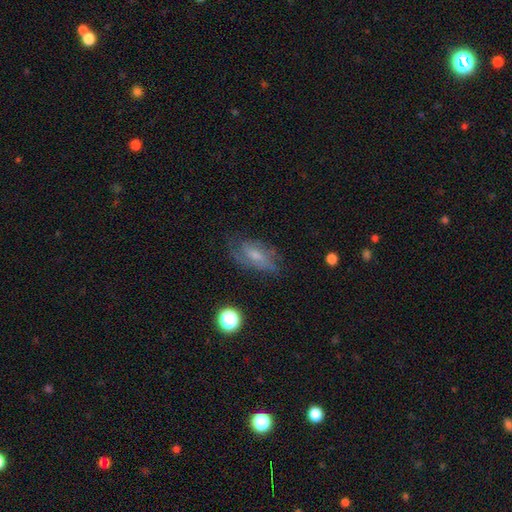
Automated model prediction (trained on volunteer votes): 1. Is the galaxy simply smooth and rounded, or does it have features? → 60% featured or disk, 29% smooth, 11% star or artifact.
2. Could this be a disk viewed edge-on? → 91% no, 9% yes.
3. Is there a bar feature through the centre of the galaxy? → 50% no, 41% weak, 9% strong.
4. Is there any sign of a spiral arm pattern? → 83% yes, 17% no.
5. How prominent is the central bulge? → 44% small, 39% moderate, 11% none, 4% large, 1% dominant.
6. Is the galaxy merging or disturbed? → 64% none, 22% minor disturbance, 13% major disturbance, 2% merger.